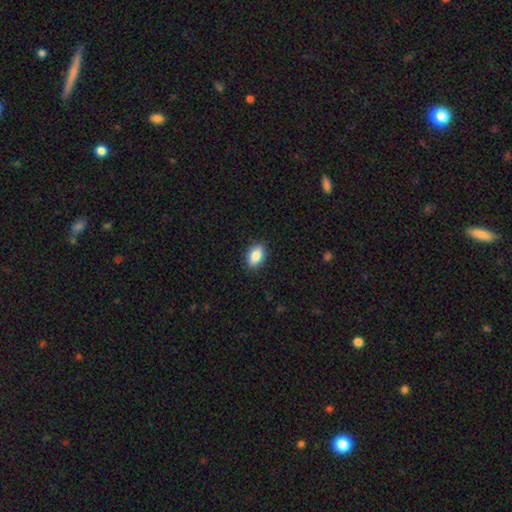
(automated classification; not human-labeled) Morphology: type=smooth (87%); roundness=in between (89%); merging=none (89%).